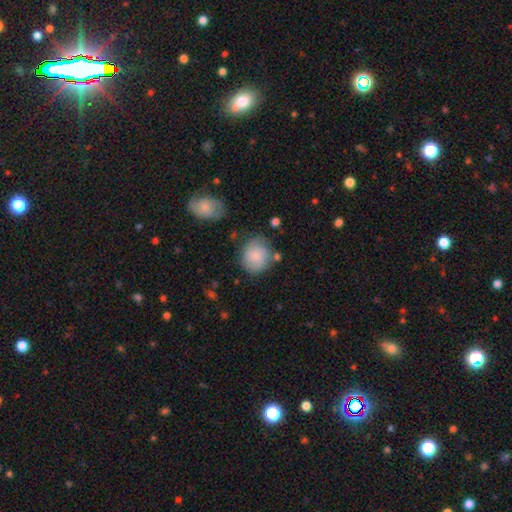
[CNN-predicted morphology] The model was most divided on "merging": none: 64%, minor disturbance: 22%, major disturbance: 8%, merger: 6%. More confident: how rounded — round (78%); smooth or featured — smooth (72%).